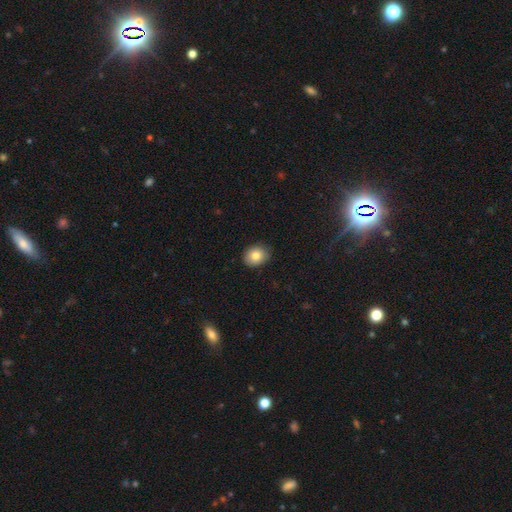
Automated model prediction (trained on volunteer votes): A smooth galaxy with no disk features (82%) that is round (55%). Merging: none (84%).